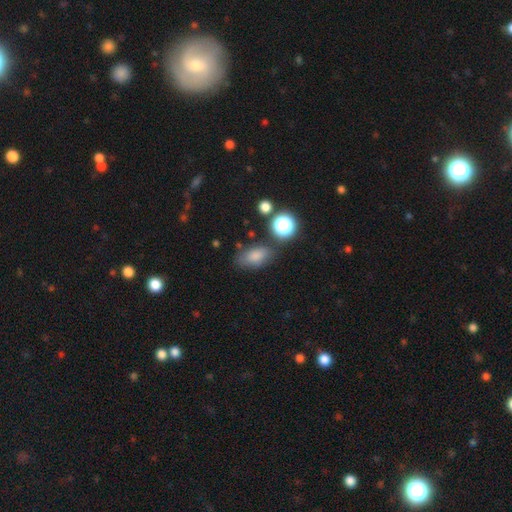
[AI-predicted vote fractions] This appears to be a smooth galaxy with no disk features (78%) that is in between round and cigar-shaped (86%). Merging: none (70%).